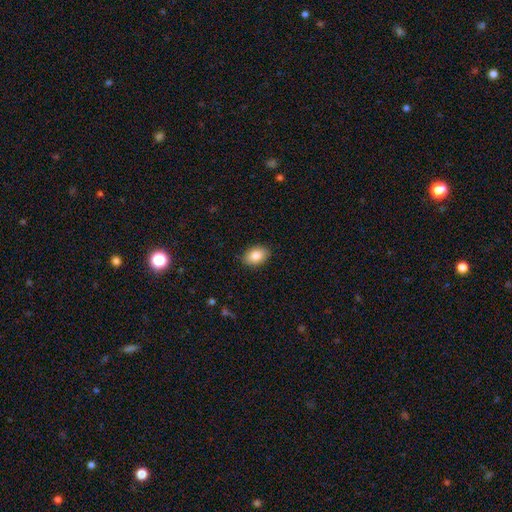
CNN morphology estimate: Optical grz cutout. It shows a smooth galaxy with no disk features (85%) that is in between round and cigar-shaped (85%). Merging: none (89%).